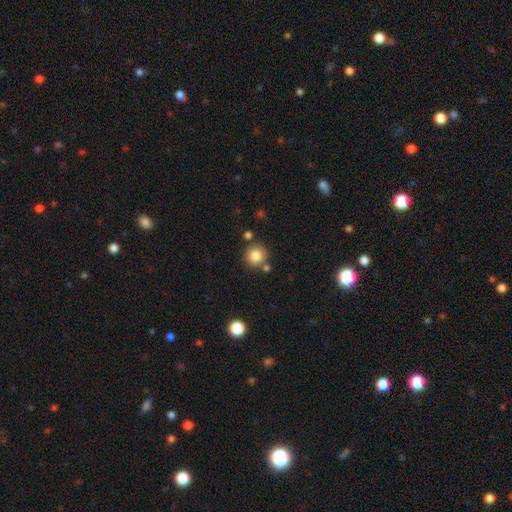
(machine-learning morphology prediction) type=smooth (83%); roundness=round (93%); merging=none (80%).